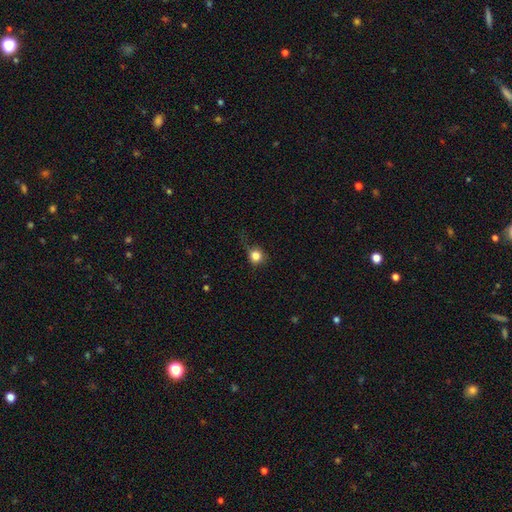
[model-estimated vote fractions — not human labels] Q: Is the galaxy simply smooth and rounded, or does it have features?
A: smooth — 81%.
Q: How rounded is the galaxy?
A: round — 88%.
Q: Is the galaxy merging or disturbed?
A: none — 61%.